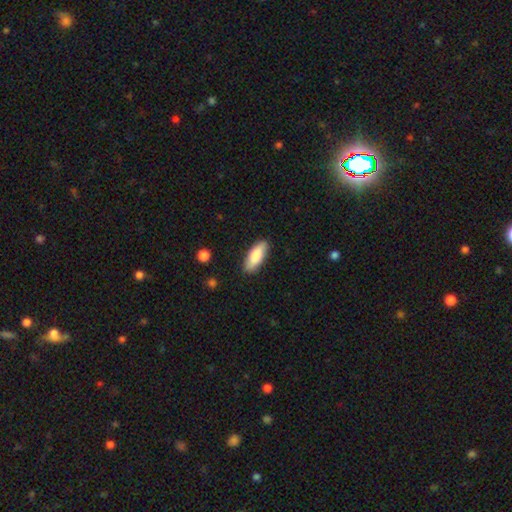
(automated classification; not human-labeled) Smooth or featured: smooth — 83% (featured or disk — 12%)
How rounded: in between — 73% (cigar-shaped — 25%)
Merging: none — 86% (minor disturbance — 10%)